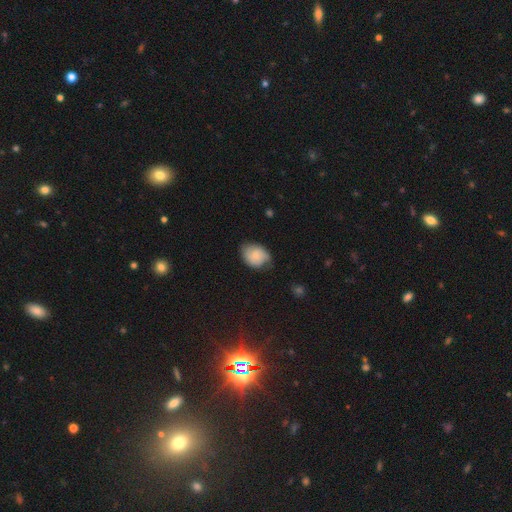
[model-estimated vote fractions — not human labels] smooth-or-featured: smooth: 61% | featured or disk: 32% | star or artifact: 8%
  how-rounded: in between: 61% | round: 38% | cigar-shaped: 1%
  merging: none: 60% | minor disturbance: 31% | major disturbance: 7% | merger: 1%